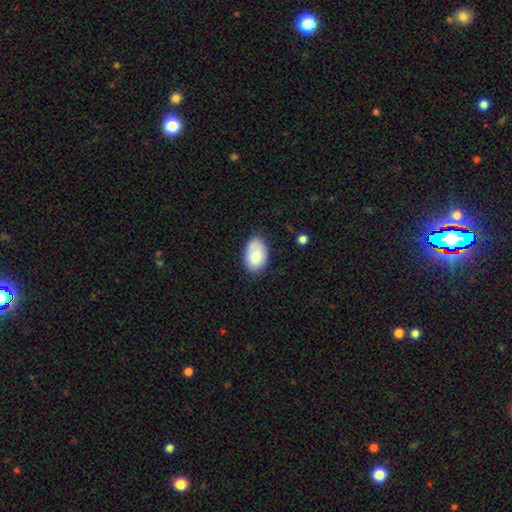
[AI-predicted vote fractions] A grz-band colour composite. It shows a smooth galaxy with no disk features (79%) that is in between round and cigar-shaped (91%). Merging: none (71%).